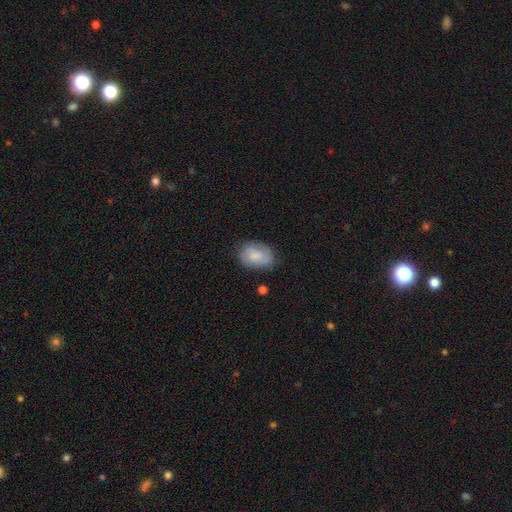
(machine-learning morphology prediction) type=smooth (64%); roundness=in between (79%); merging=none (69%).